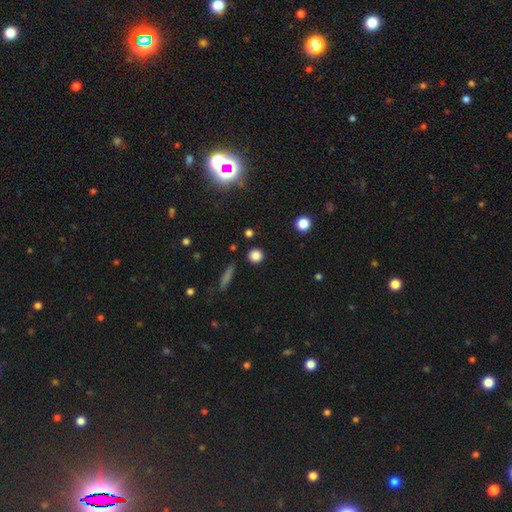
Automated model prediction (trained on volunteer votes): Q: Smooth or featured?
A: smooth (83%); runner-up: star or artifact (12%)
Q: How rounded?
A: round (92%); runner-up: in between (6%)
Q: Merging?
A: none (89%); runner-up: minor disturbance (6%)